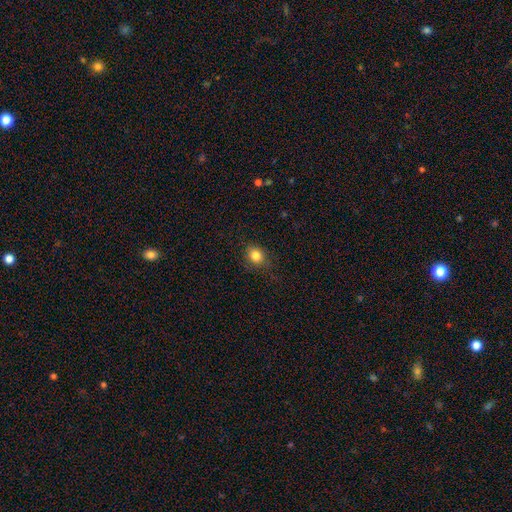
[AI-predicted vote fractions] Q: Smooth or featured?
A: smooth (84%); runner-up: star or artifact (11%)
Q: How rounded?
A: round (65%); runner-up: in between (34%)
Q: Merging?
A: none (82%); runner-up: minor disturbance (14%)